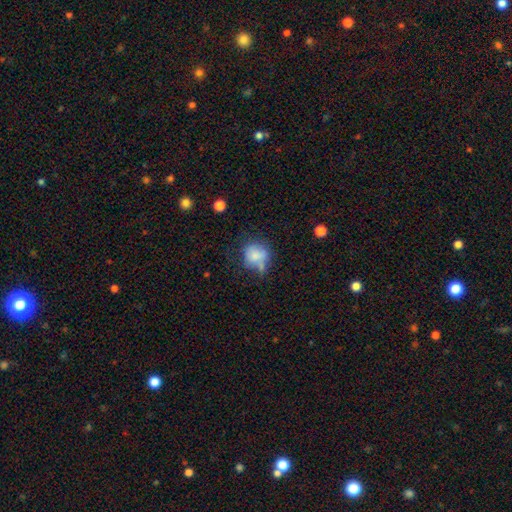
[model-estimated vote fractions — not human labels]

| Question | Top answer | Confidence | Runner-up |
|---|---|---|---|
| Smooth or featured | smooth | 72% | featured or disk (18%) |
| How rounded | round | 74% | in between (25%) |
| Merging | none | 40% | minor disturbance (28%) |